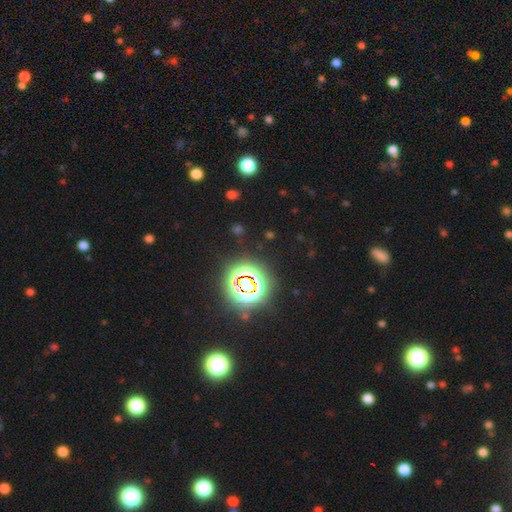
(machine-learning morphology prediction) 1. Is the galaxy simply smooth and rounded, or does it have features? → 77% star or artifact, 15% smooth, 8% featured or disk.